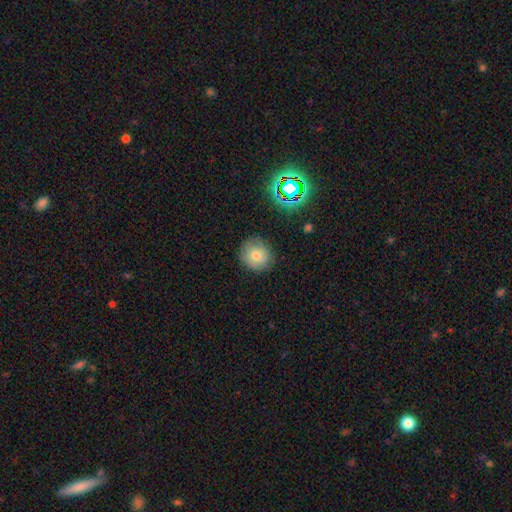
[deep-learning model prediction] The model was most divided on "smooth or featured": smooth: 73%, featured or disk: 15%, star or artifact: 12%. More confident: how rounded — round (88%); merging — none (85%).